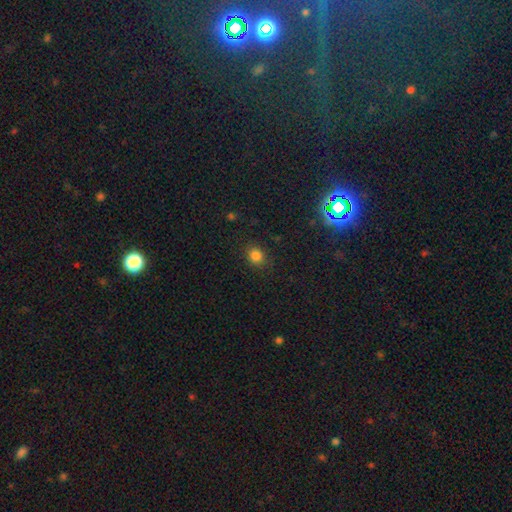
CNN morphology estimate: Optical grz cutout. It shows a smooth galaxy with no disk features (82%) that is round (71%). Merging: none (85%).